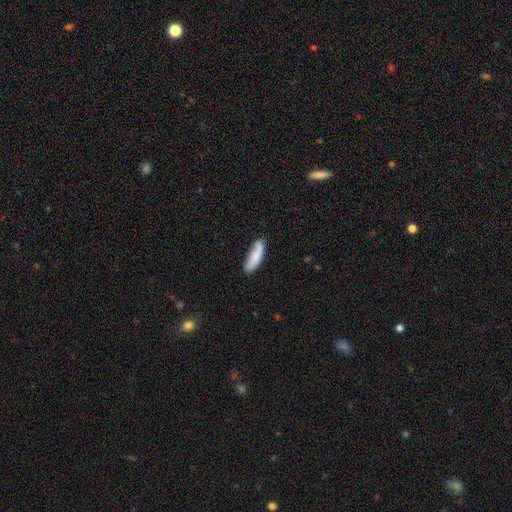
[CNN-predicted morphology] Smooth or featured?
  - smooth: 83% *
  - featured or disk: 11%
  - star or artifact: 6%
How rounded?
  - cigar-shaped: 51% *
  - in between: 47%
  - round: 2%
Merging?
  - none: 70% *
  - minor disturbance: 23%
  - major disturbance: 5%
  - merger: 3%